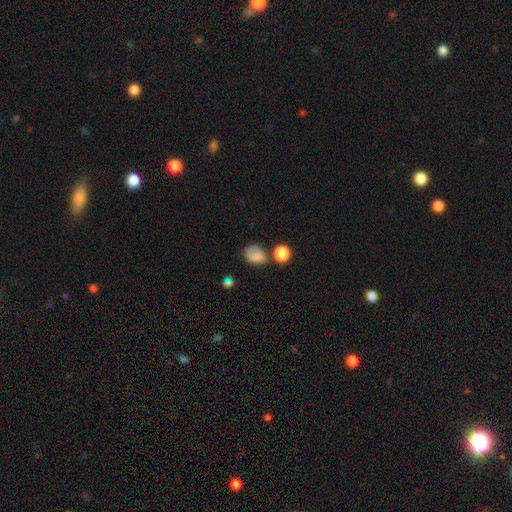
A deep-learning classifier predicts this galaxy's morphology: A smooth galaxy with no disk features (79%) that is in between round and cigar-shaped (60%). Merging: none (52%).